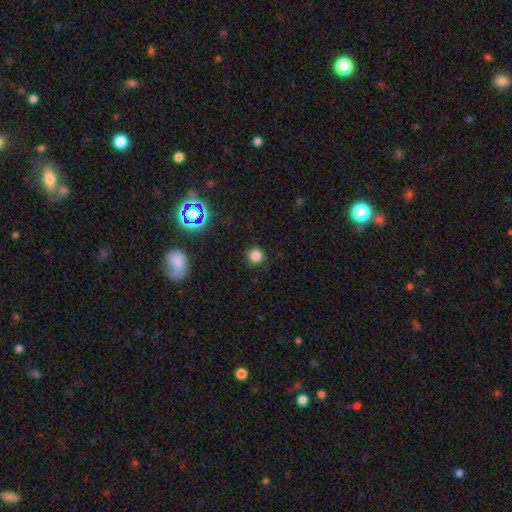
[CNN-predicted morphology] smooth_or_featured: smooth (p=0.79) [alt: star or artifact p=0.17]
how_rounded: round (p=0.93) [alt: in between p=0.06]
merging: none (p=0.88) [alt: minor disturbance p=0.08]